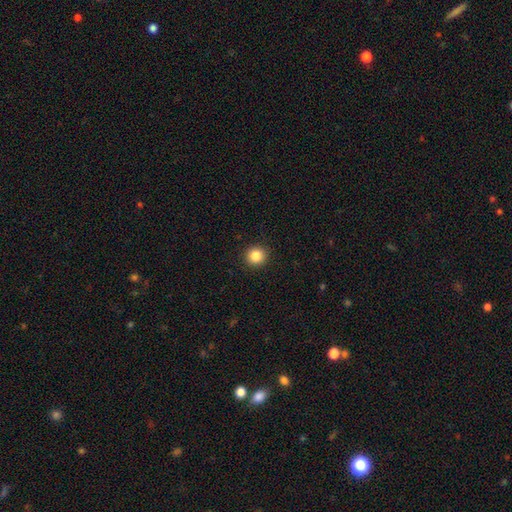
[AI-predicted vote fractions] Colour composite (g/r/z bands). It shows a smooth galaxy with no disk features (85%) that is round (92%). Merging: none (92%).